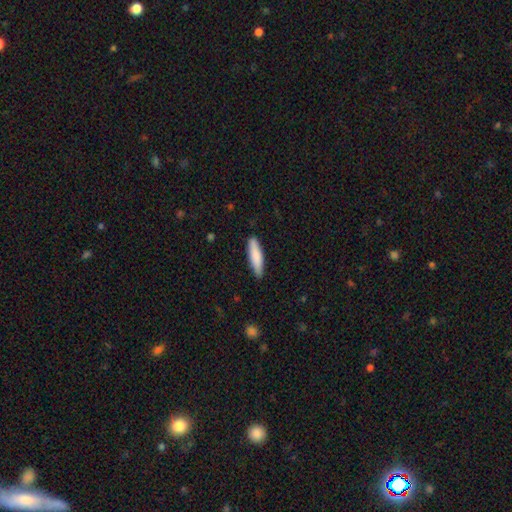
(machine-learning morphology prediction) smooth_or_featured: smooth (p=0.84) [alt: featured or disk p=0.11]
how_rounded: cigar-shaped (p=0.71) [alt: in between p=0.27]
merging: none (p=0.82) [alt: minor disturbance p=0.14]